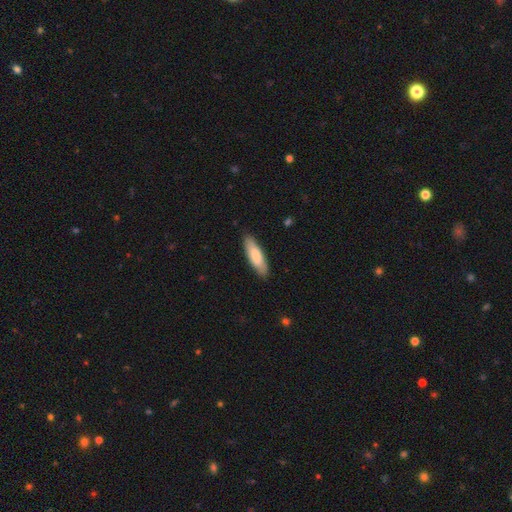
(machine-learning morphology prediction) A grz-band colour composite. It shows a smooth galaxy with no disk features (79%) that is cigar-shaped (51%). Merging: none (86%).